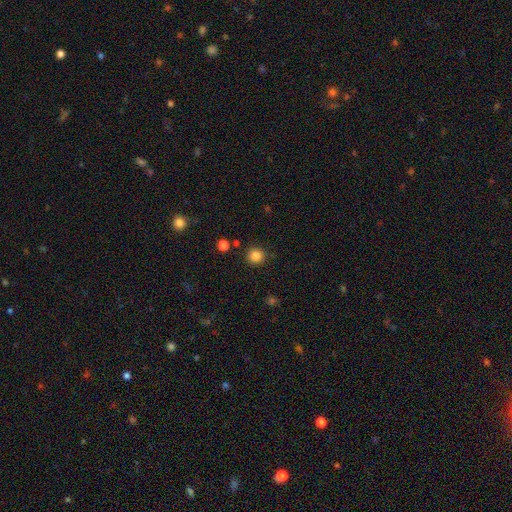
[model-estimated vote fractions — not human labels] A smooth galaxy with no disk features (85%) that is round (94%). Merging: none (89%).